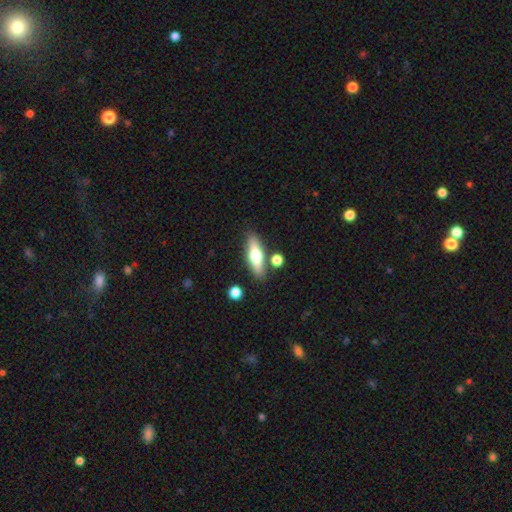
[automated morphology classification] Smooth or featured?
  - smooth: 48% *
  - featured or disk: 45%
  - star or artifact: 7%
Merging?
  - none: 80% *
  - minor disturbance: 10%
  - merger: 7%
  - major disturbance: 3%